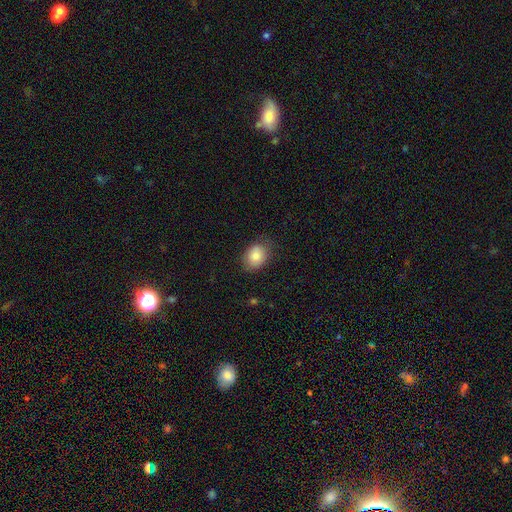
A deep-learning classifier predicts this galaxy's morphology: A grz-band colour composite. It shows a smooth galaxy with no disk features (83%) that is in between round and cigar-shaped (63%). Merging: none (76%).